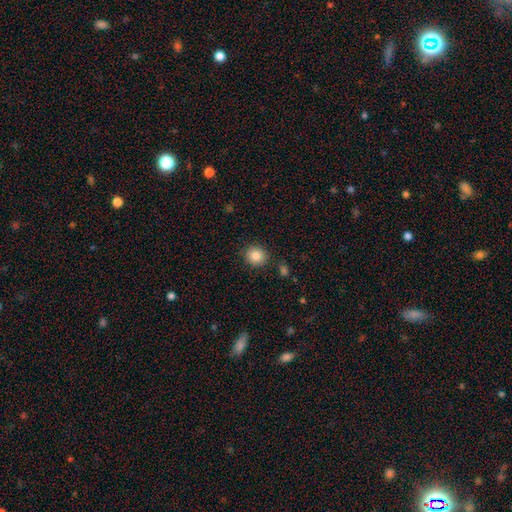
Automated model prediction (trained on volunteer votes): This appears to be a smooth galaxy with no disk features (85%) that is round (85%). Merging: none (87%).